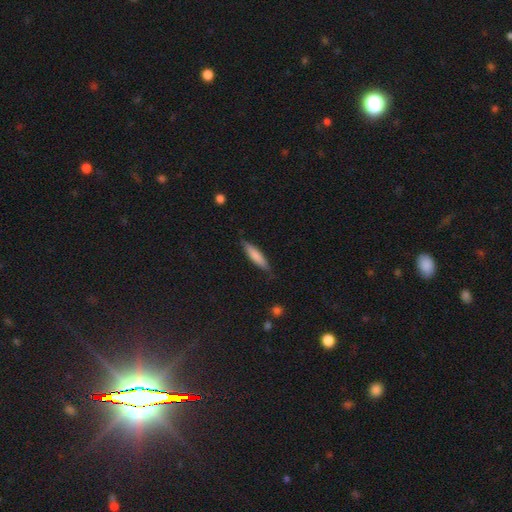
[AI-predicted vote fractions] smooth-or-featured: smooth: 74% | featured or disk: 20% | star or artifact: 6%
  how-rounded: cigar-shaped: 82% | in between: 17% | round: 1%
  merging: none: 81% | minor disturbance: 15% | major disturbance: 3% | merger: 1%